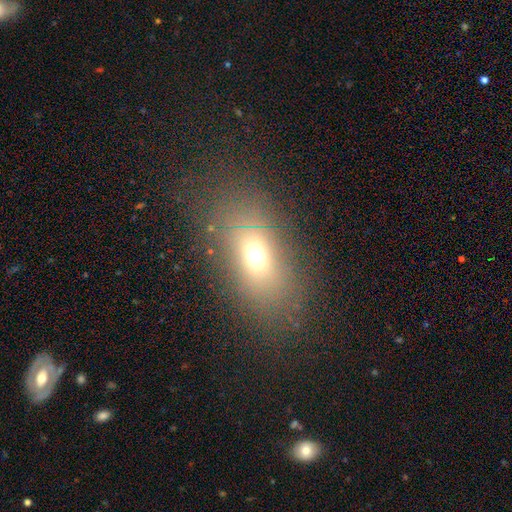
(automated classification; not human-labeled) smooth_or_featured: smooth (p=0.62) [alt: star or artifact p=0.20]
how_rounded: in between (p=0.75) [alt: round p=0.21]
merging: none (p=0.72) [alt: minor disturbance p=0.13]